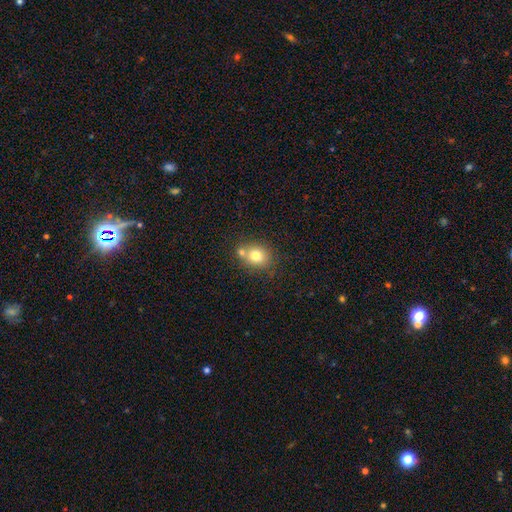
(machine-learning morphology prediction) Smooth or featured?
  - smooth: 75% *
  - featured or disk: 13%
  - star or artifact: 12%
How rounded?
  - round: 65% *
  - in between: 34%
  - cigar-shaped: 1%
Merging?
  - none: 58% *
  - merger: 27%
  - minor disturbance: 12%
  - major disturbance: 3%